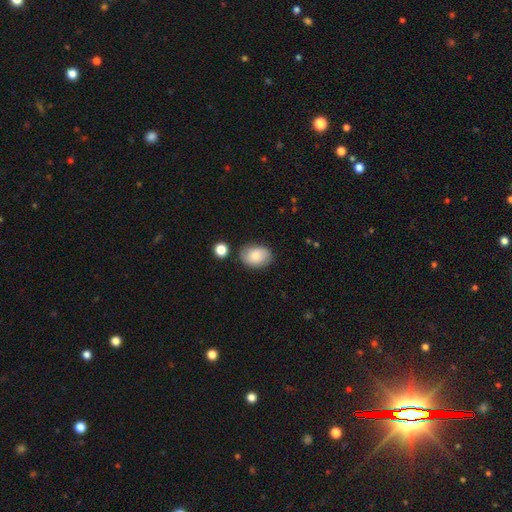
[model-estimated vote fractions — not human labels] Smooth or featured? Predicted: smooth (p=0.79). How rounded? Predicted: in between (p=0.77). Merging? Predicted: none (p=0.76).